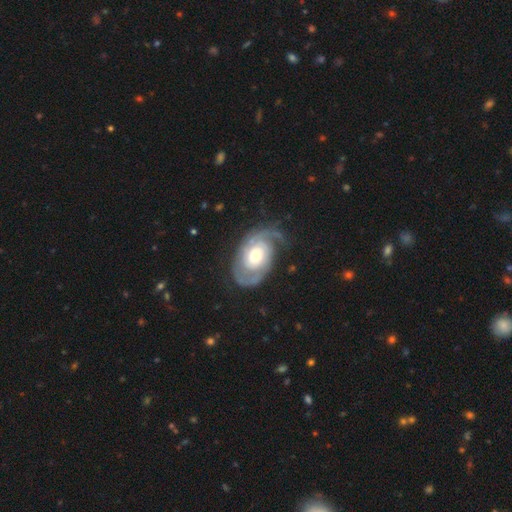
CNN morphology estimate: The model was most divided on "spiral winding": tight: 50%, medium: 36%, loose: 15%. More confident: edge-on disk — no (96%); spiral arms — yes (94%); smooth or featured — featured or disk (84%); bar — no (72%); spiral arm count — 2 (71%); merging — none (65%); bulge size — moderate (64%).